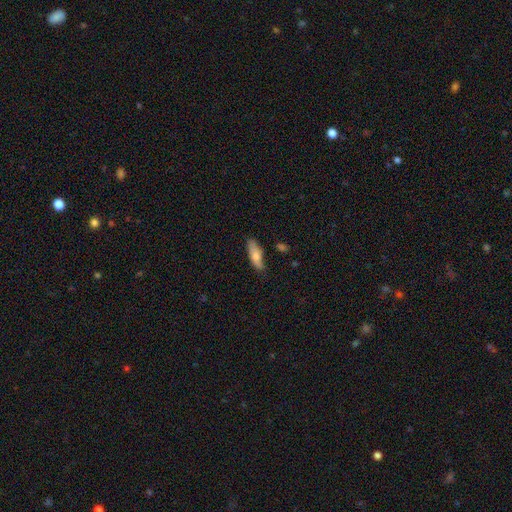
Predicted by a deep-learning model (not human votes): A smooth galaxy with no disk features (71%) that is in between round and cigar-shaped (54%).

Vote fractions:
- Smooth or featured? smooth: 71% / featured or disk: 22% / star or artifact: 6%
- How rounded? in between: 54% / cigar-shaped: 43% / round: 2%
- Merging? none: 66% / minor disturbance: 25% / major disturbance: 5% / merger: 3%